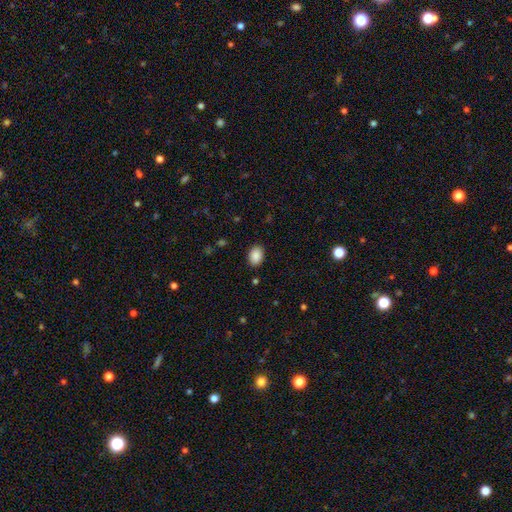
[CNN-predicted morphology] This is clearly a smooth galaxy (89%). How rounded: likely in between (77%). Merging: clearly none (88%).